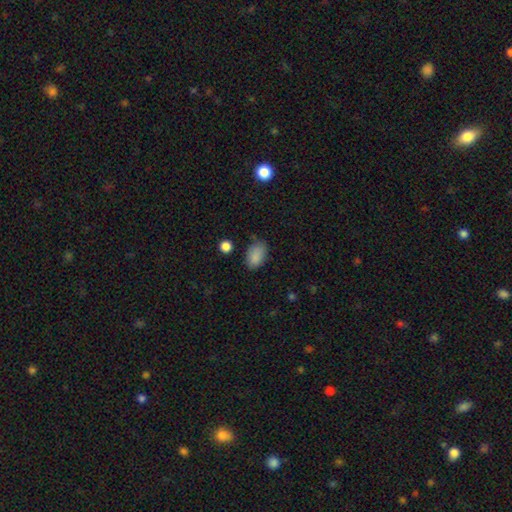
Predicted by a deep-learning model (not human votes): A smooth galaxy with no disk features (86%) that is in between round and cigar-shaped (88%).

Vote fractions:
- Smooth or featured? smooth: 86% / star or artifact: 9% / featured or disk: 5%
- How rounded? in between: 88% / round: 10% / cigar-shaped: 1%
- Merging? none: 70% / minor disturbance: 22% / major disturbance: 5% / merger: 3%